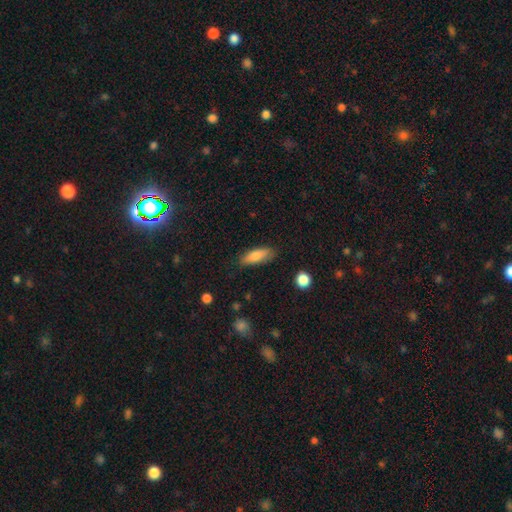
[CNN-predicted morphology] Smooth or featured?
  - smooth: 78% *
  - featured or disk: 15%
  - star or artifact: 7%
How rounded?
  - in between: 54% *
  - cigar-shaped: 43%
  - round: 2%
Merging?
  - none: 81% *
  - minor disturbance: 14%
  - major disturbance: 3%
  - merger: 2%